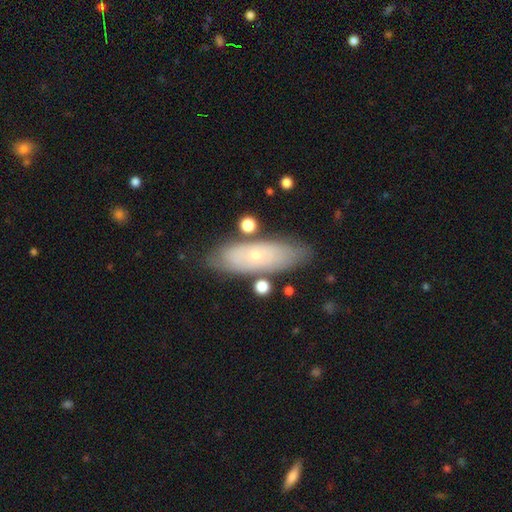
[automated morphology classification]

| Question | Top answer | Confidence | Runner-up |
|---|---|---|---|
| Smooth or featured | featured or disk | 54% | smooth (39%) |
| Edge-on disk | no | 79% | yes (21%) |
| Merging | none | 77% | minor disturbance (15%) |